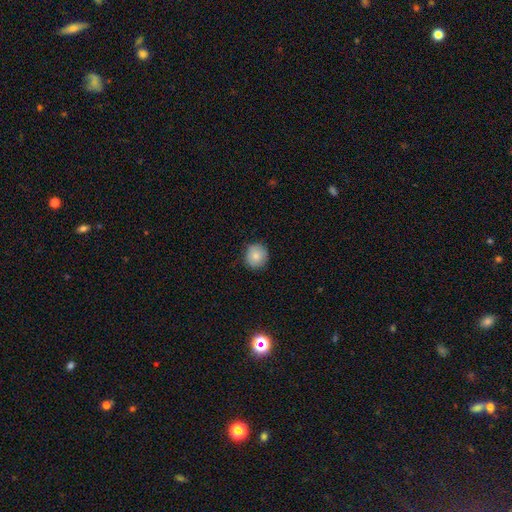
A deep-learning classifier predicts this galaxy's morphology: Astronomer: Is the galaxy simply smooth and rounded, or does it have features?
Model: smooth — 84%.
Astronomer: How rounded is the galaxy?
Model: round — 92%.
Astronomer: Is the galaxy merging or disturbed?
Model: none — 87%.